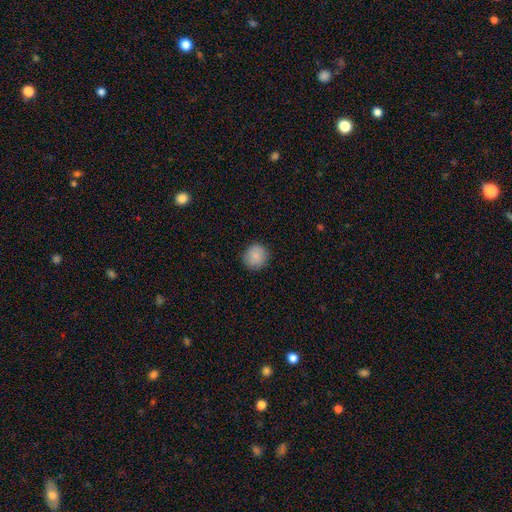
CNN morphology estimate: A smooth galaxy with no disk features (87%) that is round (92%).

Vote fractions:
- Smooth or featured? smooth: 87% / star or artifact: 8% / featured or disk: 5%
- How rounded? round: 92% / in between: 7% / cigar-shaped: 1%
- Merging? none: 89% / minor disturbance: 8% / major disturbance: 2% / merger: 1%